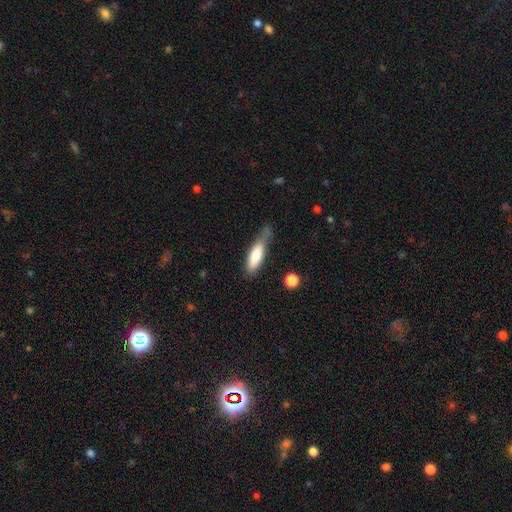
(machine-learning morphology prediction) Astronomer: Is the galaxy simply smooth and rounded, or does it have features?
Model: smooth — 73%.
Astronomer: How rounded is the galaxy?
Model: cigar-shaped — 52% (runner-up: in between, 46%).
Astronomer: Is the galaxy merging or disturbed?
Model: none — 42% (runner-up: minor disturbance, 34%).